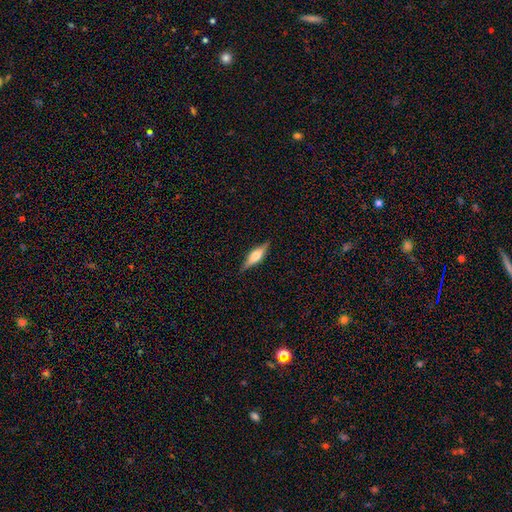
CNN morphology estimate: Smooth or featured: featured or disk — 62% (smooth — 32%)
Edge-on disk: yes — 96% (no — 4%)
Edge-on bulge: rounded — 89% (boxy — 8%)
Merging: none — 89% (minor disturbance — 8%)